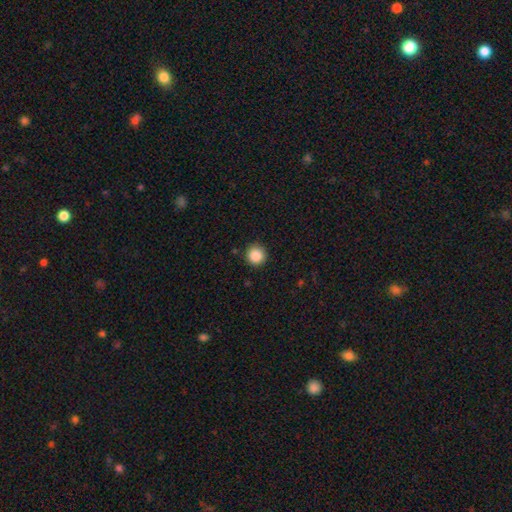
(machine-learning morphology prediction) Overall: smooth (88%). How rounded: round (94%). Merging: none (90%).